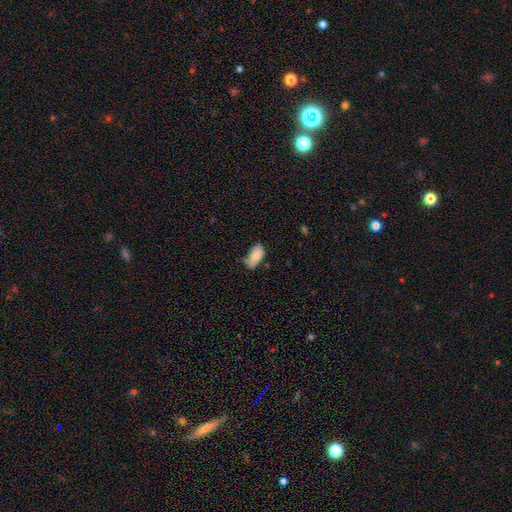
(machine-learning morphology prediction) This is likely a smooth galaxy (79%). How rounded: clearly in between (94%). Merging: possibly none (50%).